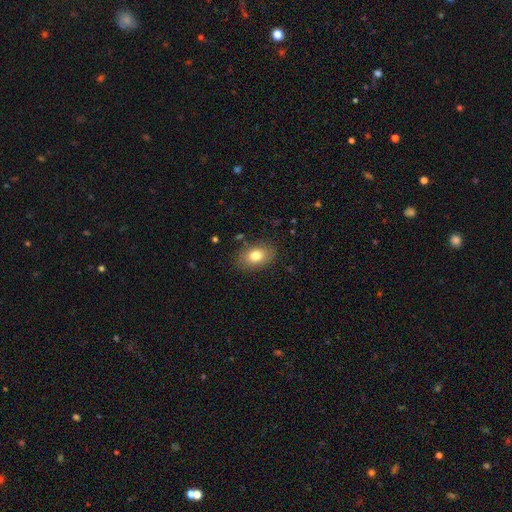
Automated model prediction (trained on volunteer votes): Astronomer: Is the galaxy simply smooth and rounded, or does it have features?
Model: smooth — 79%.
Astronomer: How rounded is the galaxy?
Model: in between — 83%.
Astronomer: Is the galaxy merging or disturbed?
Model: none — 84%.